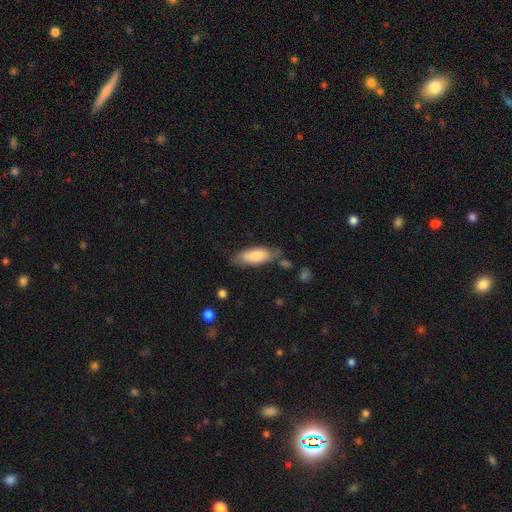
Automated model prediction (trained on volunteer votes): Smooth or featured? smooth (81%)
How rounded? in between (72%)
Merging? none (69%)